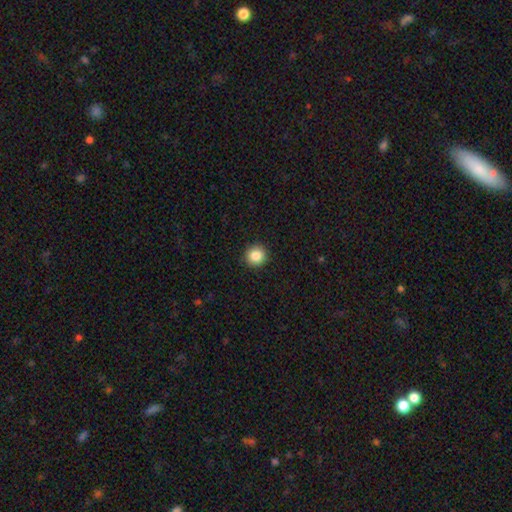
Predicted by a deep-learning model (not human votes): Smooth or featured? smooth (86%)
How rounded? round (94%)
Merging? none (92%)